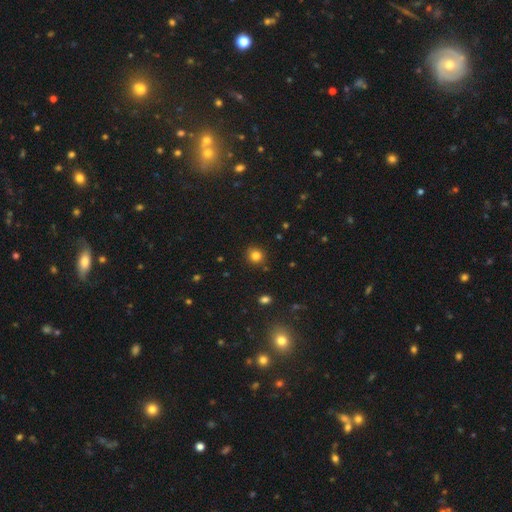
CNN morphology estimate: Smooth or featured? Predicted: smooth (p=0.82). How rounded? Predicted: round (p=0.87). Merging? Predicted: none (p=0.87).